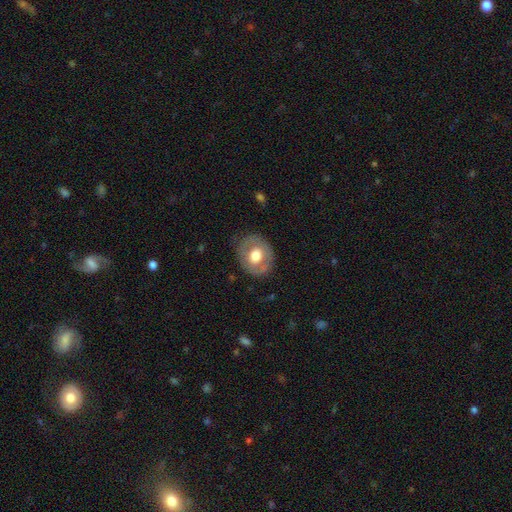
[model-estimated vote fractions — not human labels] Smooth or featured?
  - smooth: 53% *
  - featured or disk: 40%
  - star or artifact: 6%
How rounded?
  - round: 60% *
  - in between: 39%
  - cigar-shaped: 1%
Merging?
  - none: 80% *
  - minor disturbance: 13%
  - major disturbance: 5%
  - merger: 1%